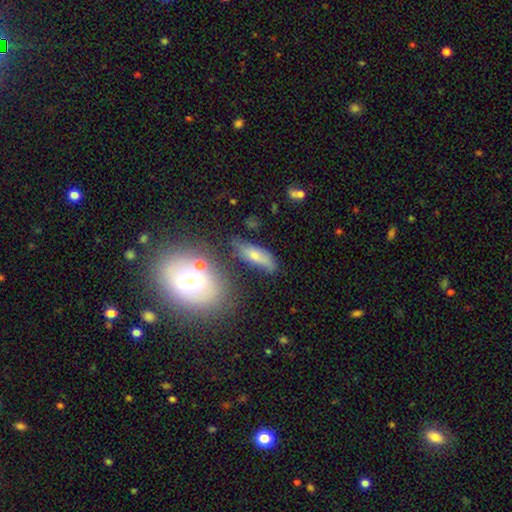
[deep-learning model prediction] Q: Smooth or featured?
A: smooth (58%); runner-up: featured or disk (29%)
Q: How rounded?
A: in between (56%); runner-up: cigar-shaped (37%)
Q: Merging?
A: none (54%); runner-up: minor disturbance (25%)